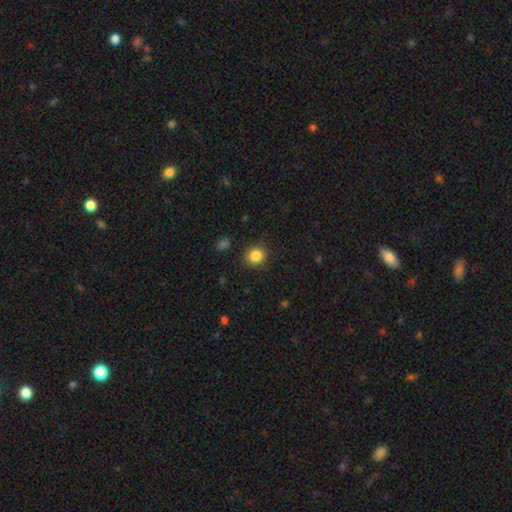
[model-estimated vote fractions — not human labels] A smooth galaxy with no disk features (85%) that is round (86%).

Vote fractions:
- Smooth or featured? smooth: 85% / star or artifact: 10% / featured or disk: 5%
- How rounded? round: 86% / in between: 13% / cigar-shaped: 1%
- Merging? none: 89% / minor disturbance: 7% / major disturbance: 2% / merger: 1%